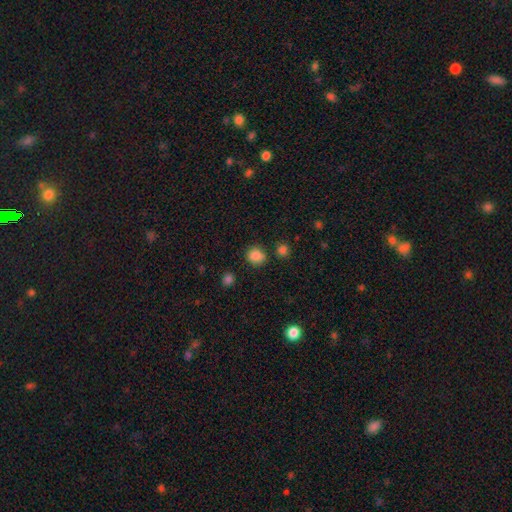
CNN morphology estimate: Smooth or featured: smooth — 85% (star or artifact — 11%)
How rounded: round — 82% (in between — 17%)
Merging: none — 80% (minor disturbance — 11%)